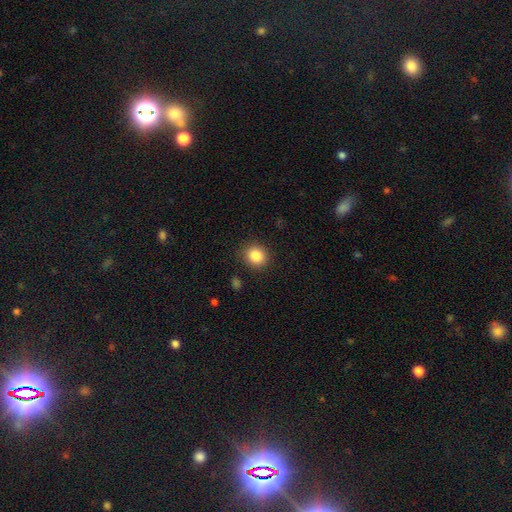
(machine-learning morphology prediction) Smooth or featured? smooth (85%)
How rounded? round (82%)
Merging? none (88%)